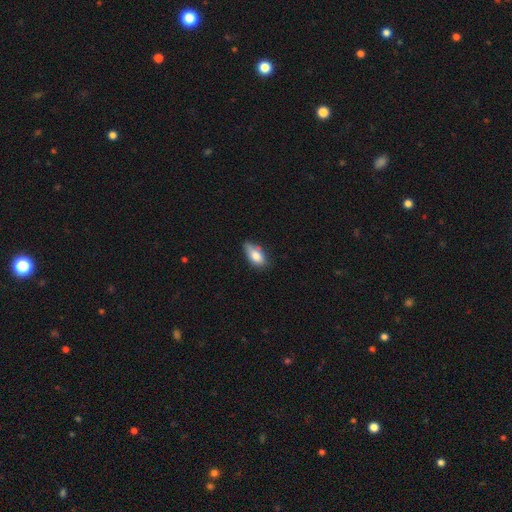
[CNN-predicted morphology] type=smooth (79%); roundness=in between (89%); merging=none (48%).